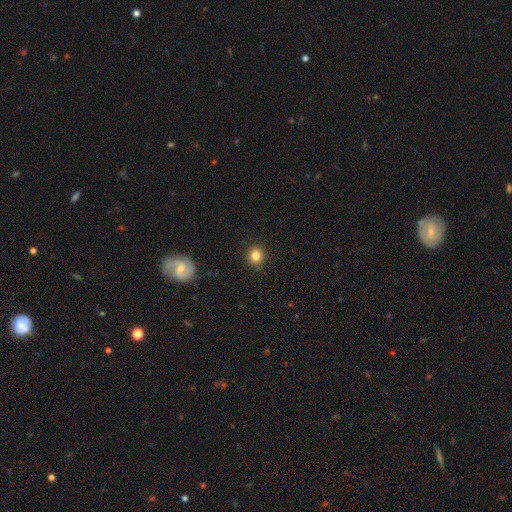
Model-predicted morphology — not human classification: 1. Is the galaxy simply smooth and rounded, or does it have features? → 82% smooth, 11% star or artifact, 7% featured or disk.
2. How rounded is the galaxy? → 88% round, 11% in between, 1% cigar-shaped.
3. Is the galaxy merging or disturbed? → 88% none, 9% minor disturbance, 2% major disturbance, 1% merger.